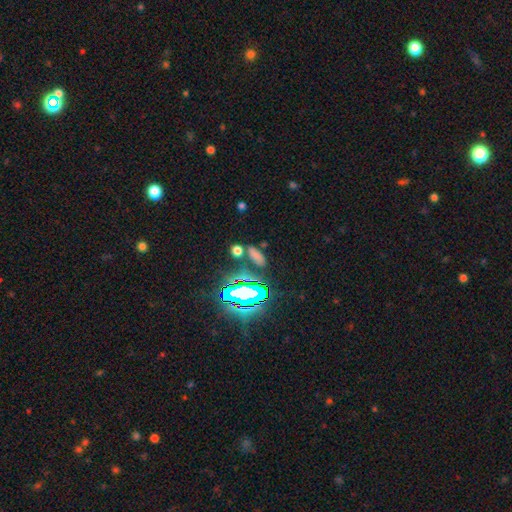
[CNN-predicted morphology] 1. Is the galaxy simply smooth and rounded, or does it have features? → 61% smooth, 30% star or artifact, 9% featured or disk.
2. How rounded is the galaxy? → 69% in between, 20% cigar-shaped, 11% round.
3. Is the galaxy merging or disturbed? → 73% none, 12% minor disturbance, 11% merger, 5% major disturbance.